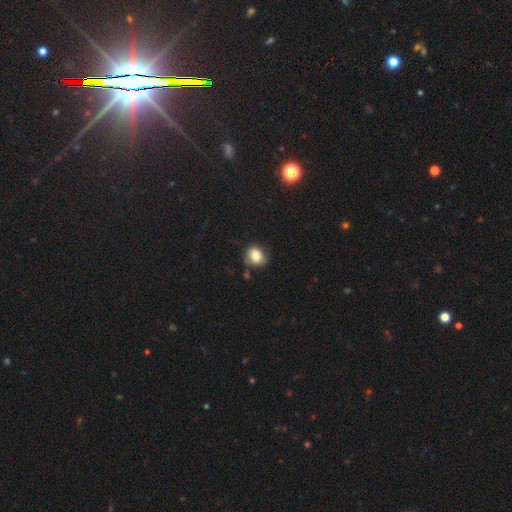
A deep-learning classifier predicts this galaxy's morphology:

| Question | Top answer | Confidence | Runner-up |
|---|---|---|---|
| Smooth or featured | smooth | 81% | star or artifact (10%) |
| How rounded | round | 69% | in between (30%) |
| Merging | none | 72% | minor disturbance (19%) |